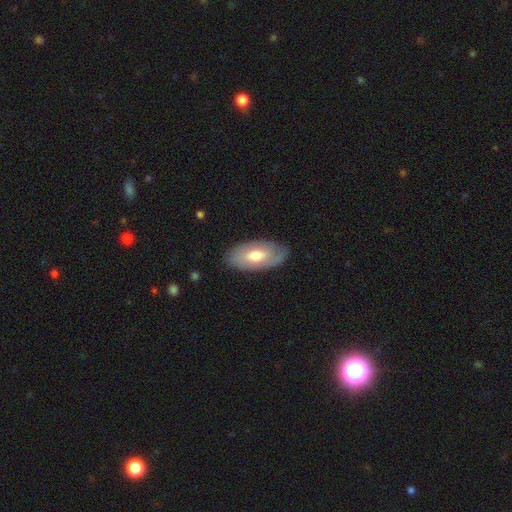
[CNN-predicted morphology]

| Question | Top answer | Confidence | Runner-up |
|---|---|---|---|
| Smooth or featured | smooth | 53% | featured or disk (42%) |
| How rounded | in between | 92% | cigar-shaped (5%) |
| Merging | none | 81% | minor disturbance (14%) |